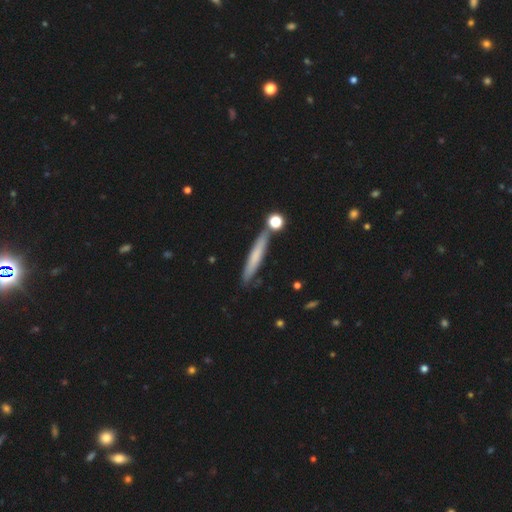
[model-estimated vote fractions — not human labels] Morphology: type=smooth (64%); roundness=cigar-shaped (94%); merging=none (81%).